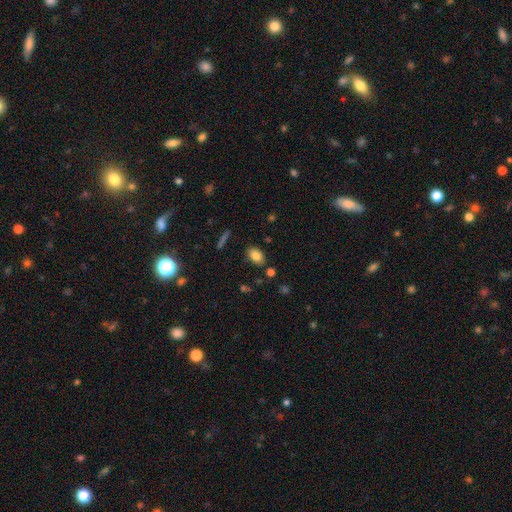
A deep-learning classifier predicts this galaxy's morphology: Smooth or featured: smooth — 83% (star or artifact — 9%)
How rounded: in between — 85% (round — 13%)
Merging: none — 83% (minor disturbance — 11%)